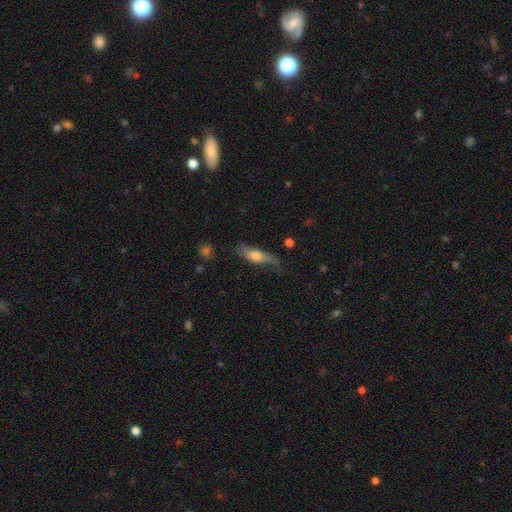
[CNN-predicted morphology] type=smooth (59%); roundness=in between (49%); merging=none (57%).